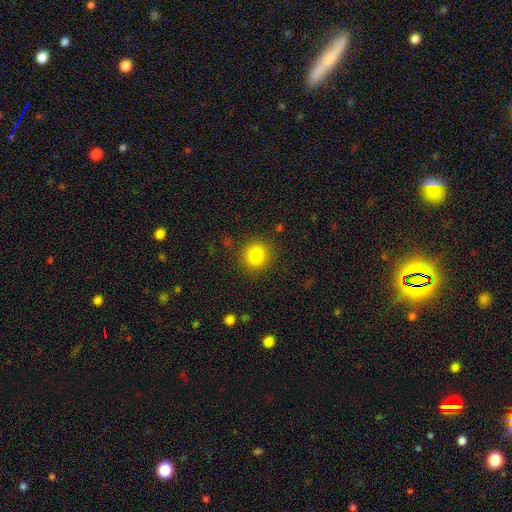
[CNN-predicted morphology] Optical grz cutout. It shows a smooth galaxy with no disk features (83%) that is round (88%). Merging: none (88%).